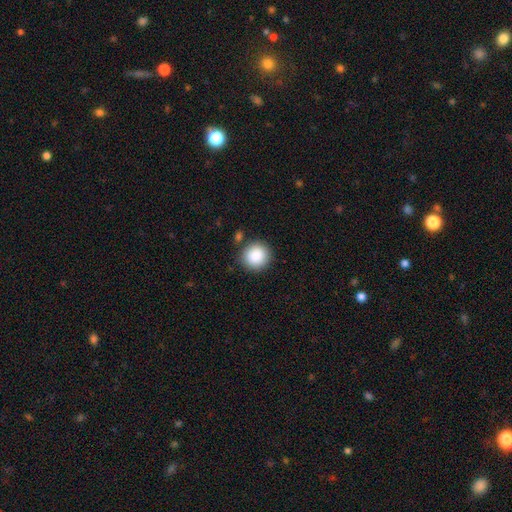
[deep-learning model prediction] This appears to be a smooth galaxy with no disk features (88%) that is round (93%). Merging: none (86%).